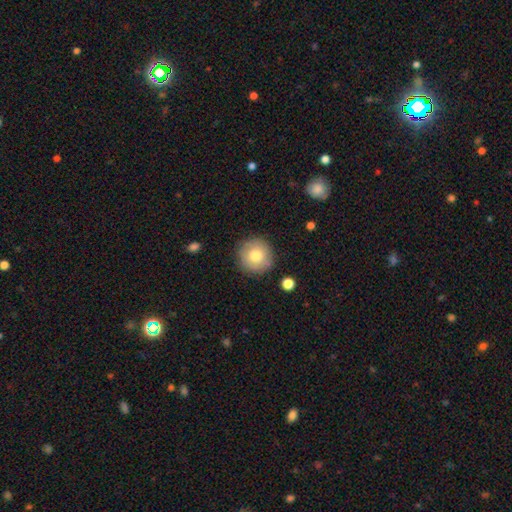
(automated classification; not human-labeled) Smooth or featured? Predicted: smooth (p=0.78). How rounded? Predicted: round (p=0.95). Merging? Predicted: none (p=0.87).